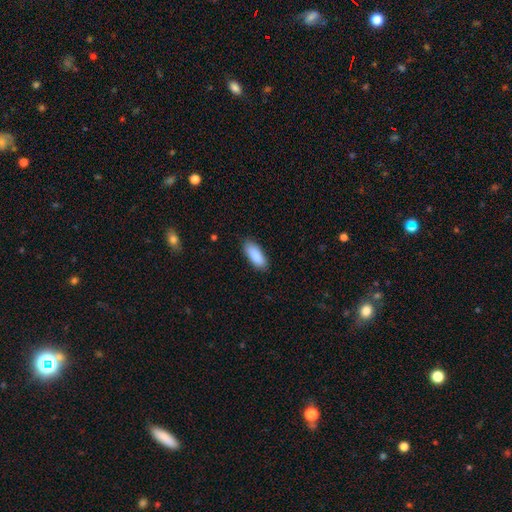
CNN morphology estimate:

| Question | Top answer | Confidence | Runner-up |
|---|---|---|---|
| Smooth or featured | smooth | 89% | star or artifact (6%) |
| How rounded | in between | 78% | cigar-shaped (21%) |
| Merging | none | 85% | minor disturbance (12%) |